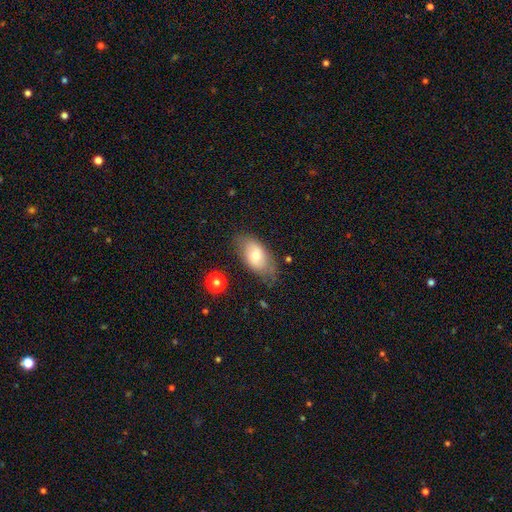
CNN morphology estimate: Smooth or featured? Predicted: smooth (p=0.66). How rounded? Predicted: in between (p=0.91). Merging? Predicted: none (p=0.68).